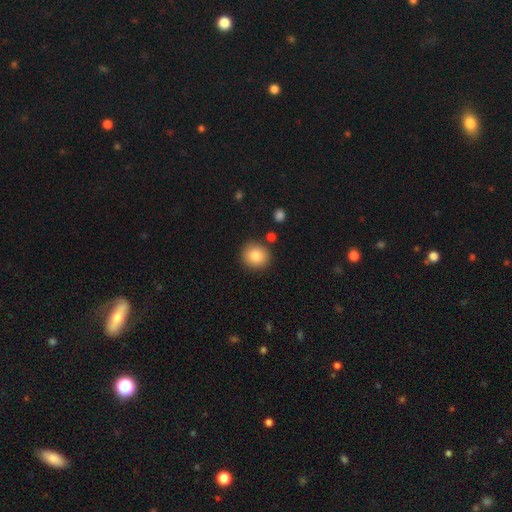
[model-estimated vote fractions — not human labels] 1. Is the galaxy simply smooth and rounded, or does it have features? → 83% smooth, 9% star or artifact, 8% featured or disk.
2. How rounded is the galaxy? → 87% round, 12% in between, 1% cigar-shaped.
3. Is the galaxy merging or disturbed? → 86% none, 8% minor disturbance, 4% merger, 2% major disturbance.